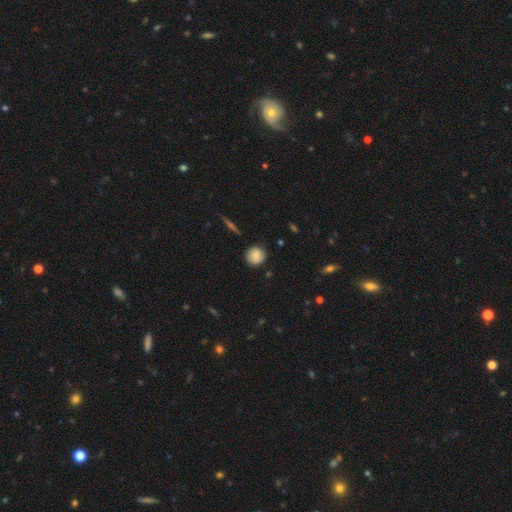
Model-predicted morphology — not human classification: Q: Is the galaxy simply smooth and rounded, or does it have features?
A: smooth — 81%.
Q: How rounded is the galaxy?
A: round — 92%.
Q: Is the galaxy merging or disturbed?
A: none — 85%.